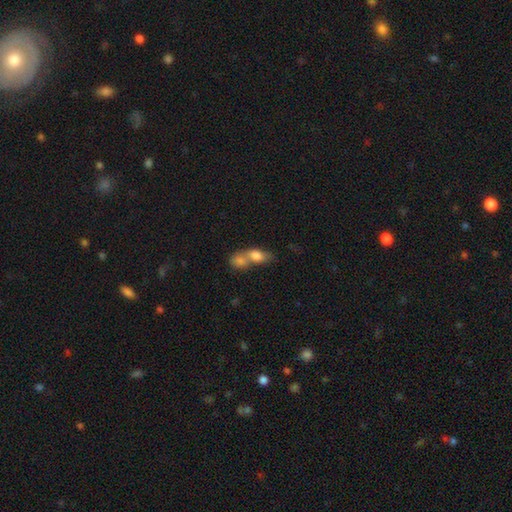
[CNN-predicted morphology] A smooth galaxy with no disk features (77%) that is in between round and cigar-shaped (72%). Merging: merger (74%).